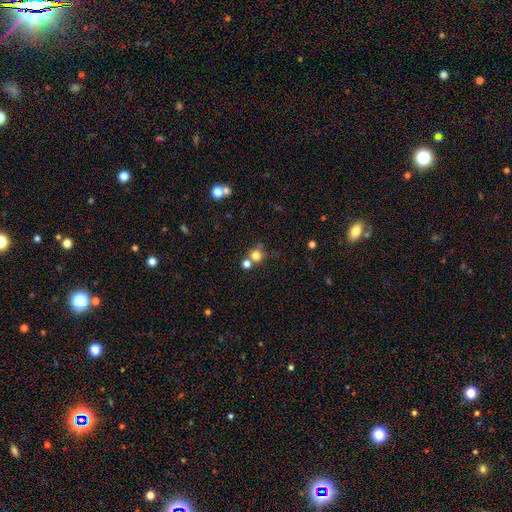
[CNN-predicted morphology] type=smooth (74%); roundness=round (87%); merging=none (58%).